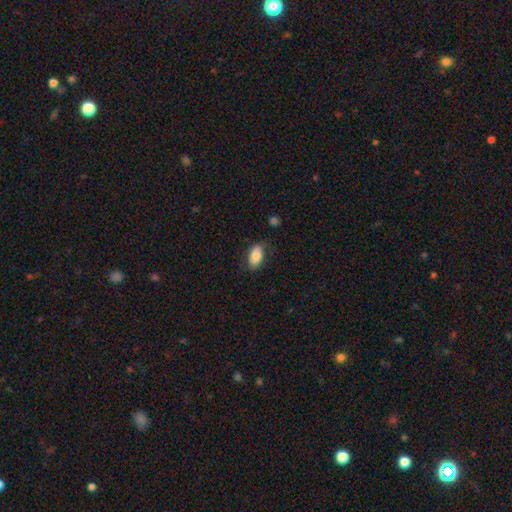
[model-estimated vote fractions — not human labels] smooth 82%, featured or disk 11%, star or artifact 7%. Down the decision tree: how rounded — in between (93%); merging — none (75%).